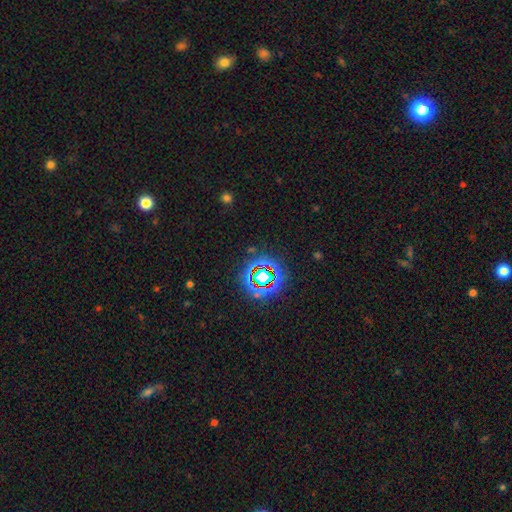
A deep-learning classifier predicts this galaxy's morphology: The model was most divided on "smooth or featured": star or artifact: 62%, smooth: 23%, featured or disk: 15%.